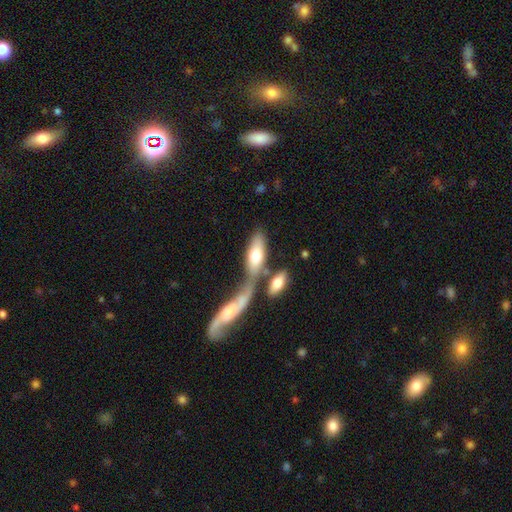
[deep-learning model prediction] smooth_or_featured: smooth (p=0.68) [alt: featured or disk p=0.26]
how_rounded: in between (p=0.72) [alt: cigar-shaped p=0.25]
merging: merger (p=0.41) [alt: none p=0.40]